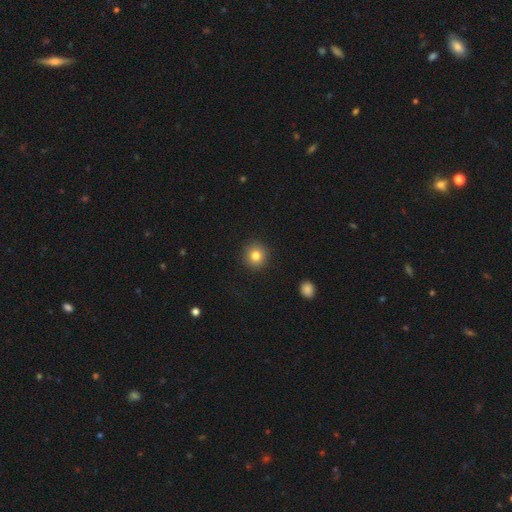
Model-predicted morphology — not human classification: type=smooth (81%); roundness=round (93%); merging=none (92%).